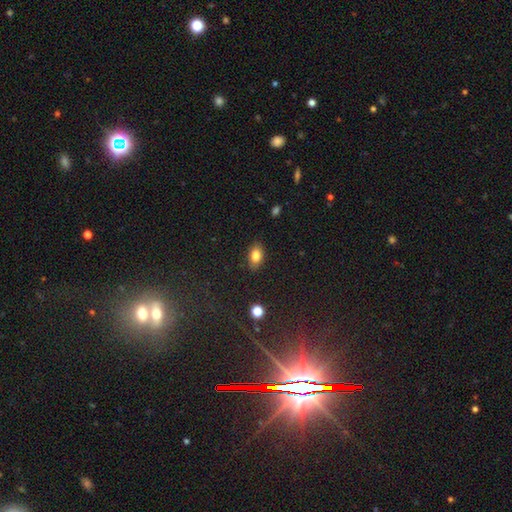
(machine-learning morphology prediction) Smooth or featured? smooth (82%)
How rounded? in between (88%)
Merging? none (85%)